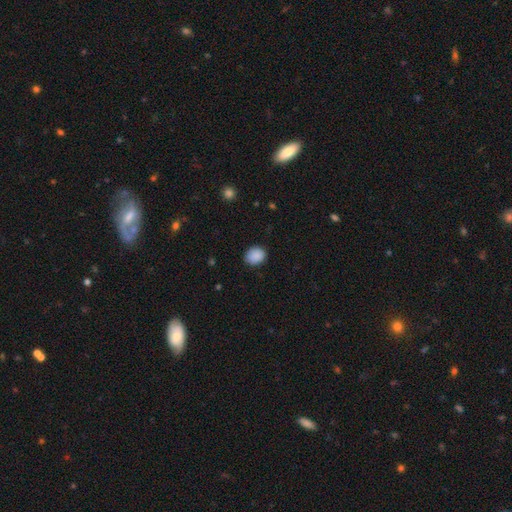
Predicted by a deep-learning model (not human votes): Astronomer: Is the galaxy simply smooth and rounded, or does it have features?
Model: smooth — 89%.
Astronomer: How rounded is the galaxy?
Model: round — 56% (runner-up: in between, 43%).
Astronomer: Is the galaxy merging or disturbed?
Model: none — 83%.